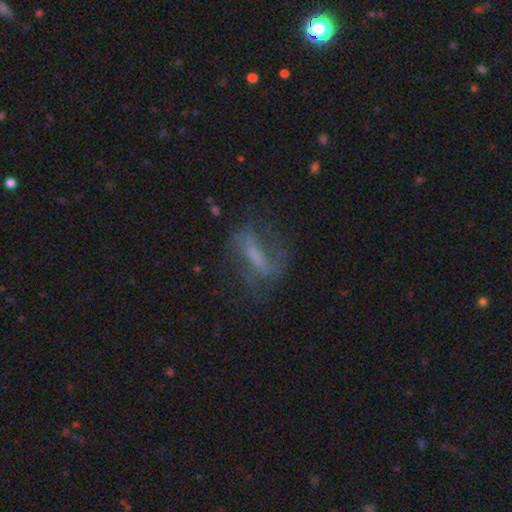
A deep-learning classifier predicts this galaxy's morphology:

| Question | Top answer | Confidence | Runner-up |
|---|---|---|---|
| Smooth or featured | featured or disk | 59% | smooth (28%) |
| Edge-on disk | no | 84% | yes (16%) |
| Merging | none | 56% | major disturbance (22%) |